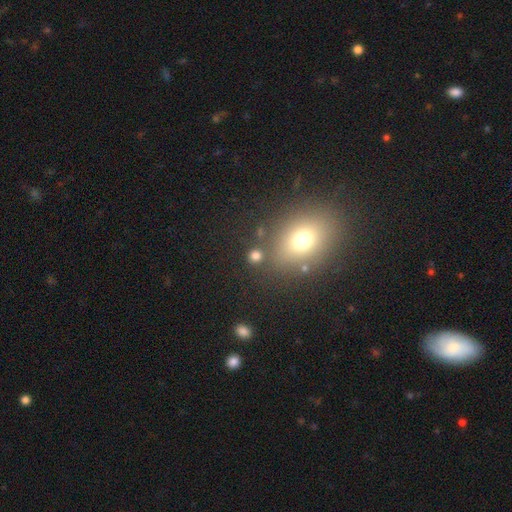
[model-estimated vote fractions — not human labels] This appears to be a smooth galaxy with no disk features (76%) that is round (81%). Merging: none (79%).